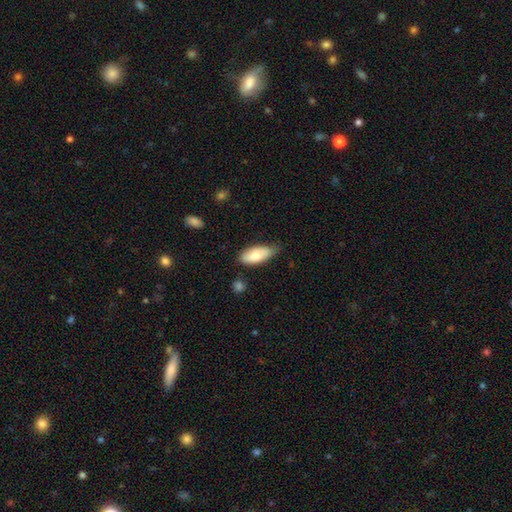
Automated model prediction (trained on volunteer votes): Q: Smooth or featured?
A: smooth (71%); runner-up: featured or disk (23%)
Q: How rounded?
A: in between (87%); runner-up: cigar-shaped (10%)
Q: Merging?
A: none (67%); runner-up: minor disturbance (27%)